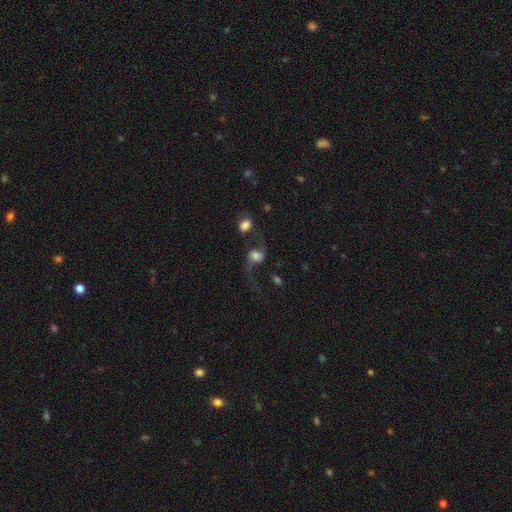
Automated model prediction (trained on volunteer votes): This is possibly a featured or disk galaxy (58%). It is clearly not viewed edge-on (94%). Bar: likely no (64%). Spiral arm pattern: clearly yes (87%). Central bulge: marginally large (36%). Merging: marginally none (41%).